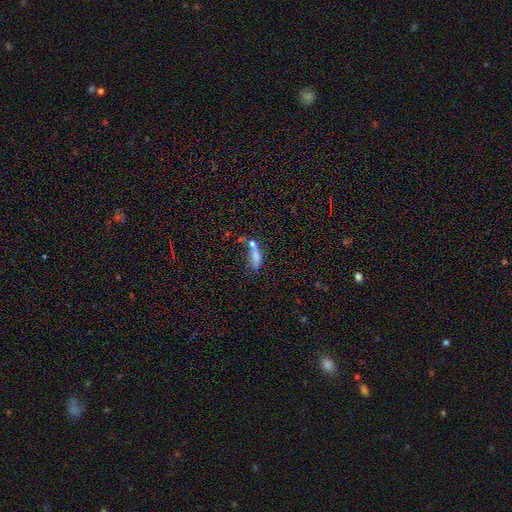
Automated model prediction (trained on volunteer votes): Smooth or featured? smooth (66%)
How rounded? in between (52%)
Merging? merger (41%)